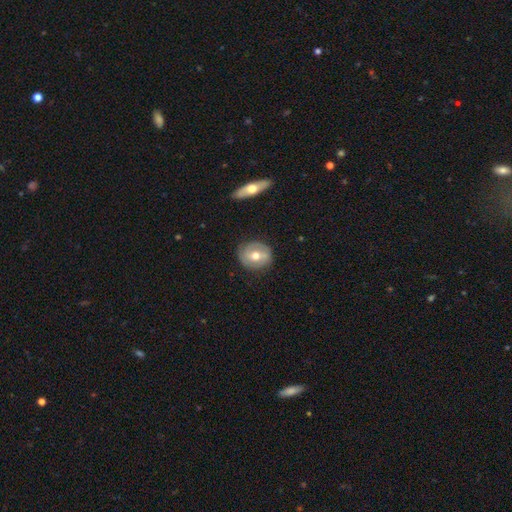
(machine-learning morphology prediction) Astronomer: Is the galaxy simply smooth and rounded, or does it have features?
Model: featured or disk — 49% (runner-up: smooth, 45%).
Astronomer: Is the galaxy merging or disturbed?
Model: none — 81%.